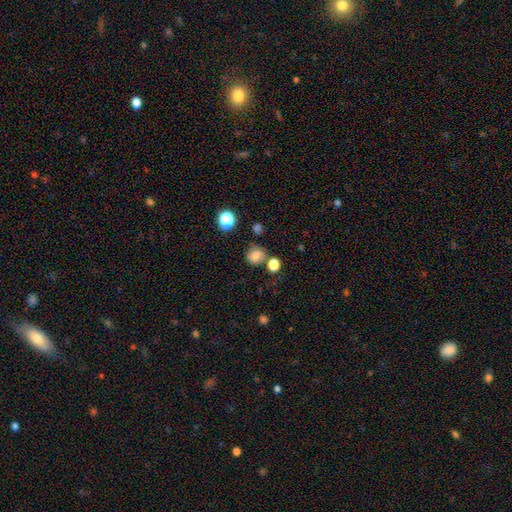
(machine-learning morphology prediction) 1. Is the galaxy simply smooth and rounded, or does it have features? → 66% smooth, 19% featured or disk, 15% star or artifact.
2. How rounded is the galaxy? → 79% round, 20% in between, 1% cigar-shaped.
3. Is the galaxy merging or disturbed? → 66% none, 16% minor disturbance, 12% merger, 6% major disturbance.